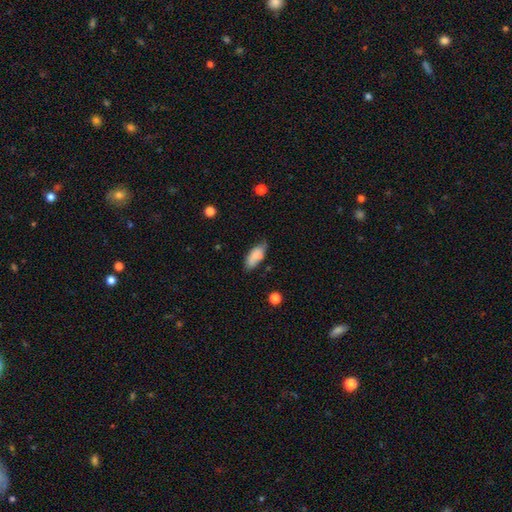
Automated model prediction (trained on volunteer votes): Overall: smooth (78%). How rounded: in between (80%). Merging: none (62%; minor disturbance 27%).